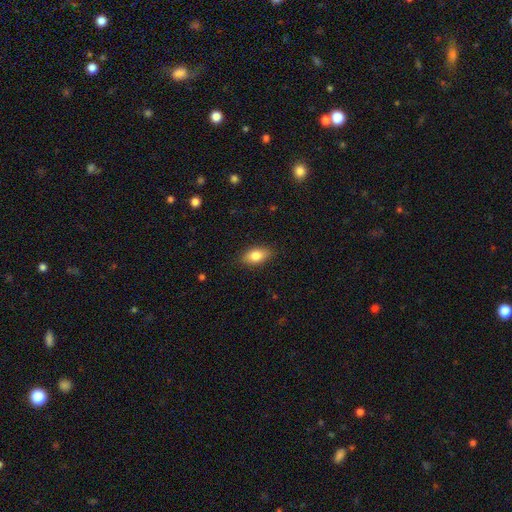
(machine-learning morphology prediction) This appears to be a smooth galaxy with no disk features (81%) that is in between round and cigar-shaped (88%). Merging: none (86%).